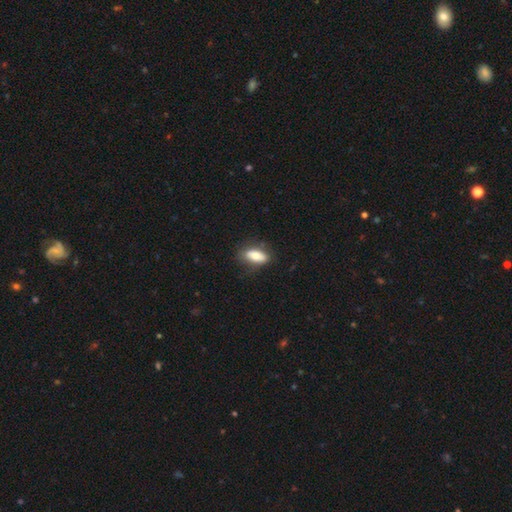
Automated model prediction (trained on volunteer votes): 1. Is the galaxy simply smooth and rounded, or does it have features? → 79% smooth, 14% featured or disk, 7% star or artifact.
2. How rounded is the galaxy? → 83% in between, 13% cigar-shaped, 4% round.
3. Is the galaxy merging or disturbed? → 73% none, 20% minor disturbance, 6% major disturbance, 2% merger.